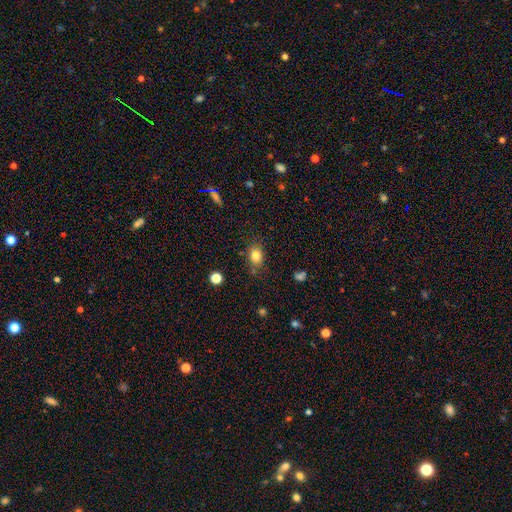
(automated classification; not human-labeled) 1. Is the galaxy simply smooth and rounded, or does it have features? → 82% smooth, 11% star or artifact, 7% featured or disk.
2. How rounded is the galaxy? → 59% in between, 39% round, 1% cigar-shaped.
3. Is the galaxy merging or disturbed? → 78% none, 15% minor disturbance, 4% major disturbance, 4% merger.